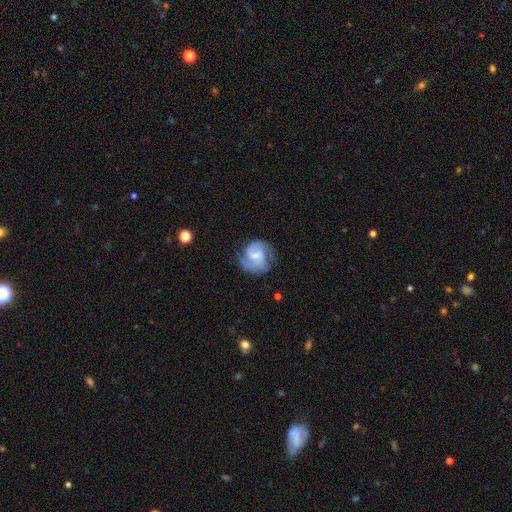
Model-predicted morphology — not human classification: smooth-or-featured: featured or disk: 72% | smooth: 22% | star or artifact: 6%
  disk-edge-on: no: 98% | yes: 2%
    bar: weak: 52% | no: 35% | strong: 14%
    has-spiral-arms: yes: 93% | no: 7%
      spiral-winding: medium: 46% | tight: 36% | loose: 18%
      spiral-arm-count: 2: 71% | can't tell: 12% | 1: 9% | 3: 5% | 4: 2% | more than 4: 2%
    bulge-size: small: 48% | moderate: 35% | none: 12% | large: 4% | dominant: 1%
  merging: none: 65% | minor disturbance: 22% | major disturbance: 12% | merger: 2%